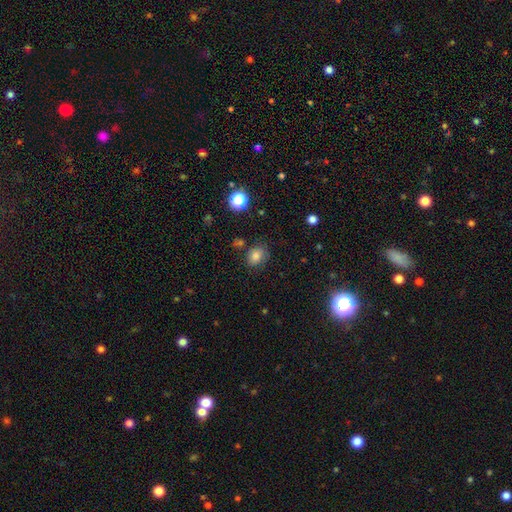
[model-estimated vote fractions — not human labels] Overall: smooth (79%). How rounded: in between (52%; round 47%). Merging: none (73%).